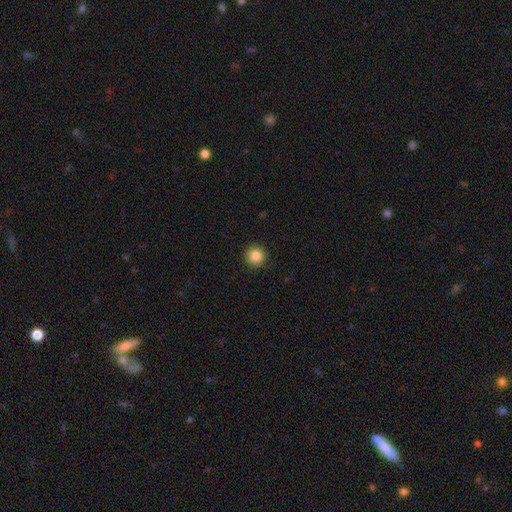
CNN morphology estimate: A smooth galaxy with no disk features (85%) that is round (95%).

Vote fractions:
- Smooth or featured? smooth: 85% / star or artifact: 10% / featured or disk: 5%
- How rounded? round: 95% / in between: 4% / cigar-shaped: 1%
- Merging? none: 92% / minor disturbance: 5% / major disturbance: 2% / merger: 1%